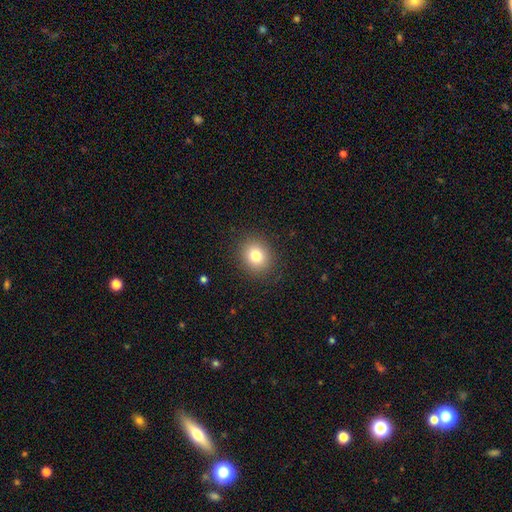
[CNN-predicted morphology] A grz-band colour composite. It shows a smooth galaxy with no disk features (79%) that is round (72%). Merging: none (88%).